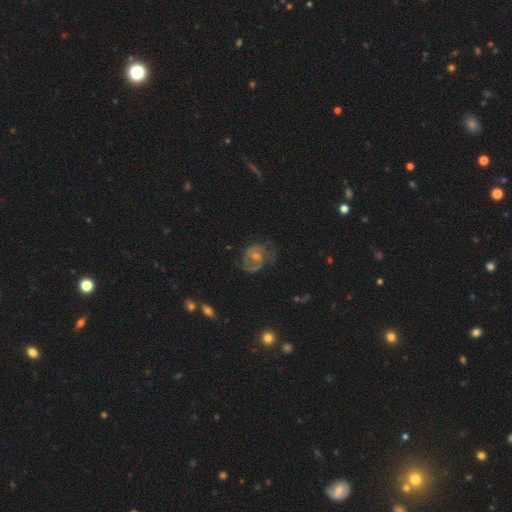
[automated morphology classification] Smooth or featured: featured or disk — 71% (smooth — 18%)
Edge-on disk: no — 97% (yes — 3%)
Bar: no — 50% (weak — 41%)
Spiral arms: yes — 86% (no — 14%)
Spiral winding: medium — 47% (tight — 34%)
Spiral arm count: 2 — 61% (can't tell — 20%)
Bulge size: small — 47% (moderate — 43%)
Merging: none — 61% (minor disturbance — 21%)